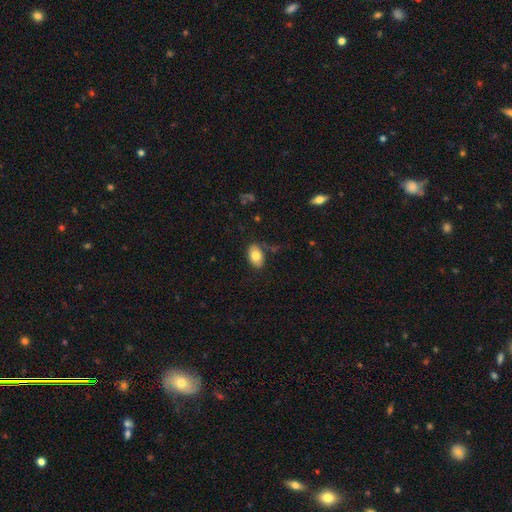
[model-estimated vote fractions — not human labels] Overall: smooth (79%). How rounded: in between (90%). Merging: none (80%).